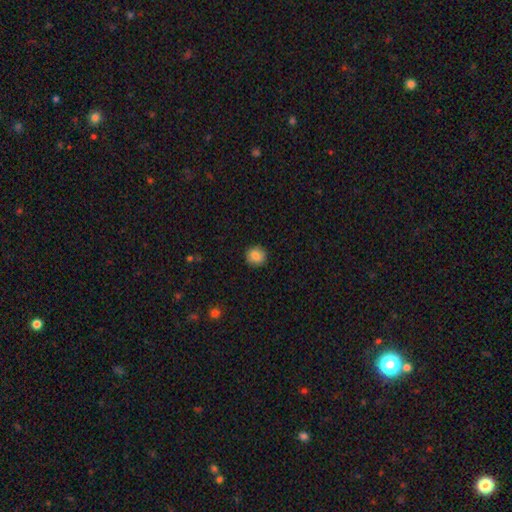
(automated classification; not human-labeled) Morphology: type=smooth (86%); roundness=round (90%); merging=none (92%).